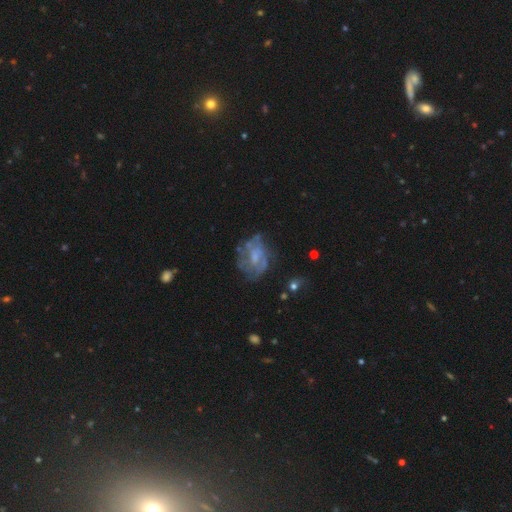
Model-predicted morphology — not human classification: type=featured or disk (71%); edge-on=no (97%); bar=no (57%); spiral arms=yes (65%); bulge=small (33%, tied with moderate); merging=none (54%).